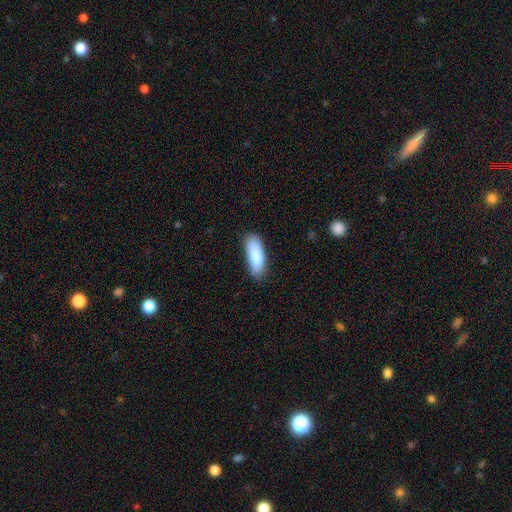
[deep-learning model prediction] Overall: smooth (86%). How rounded: in between (59%; cigar-shaped 39%). Merging: none (80%).